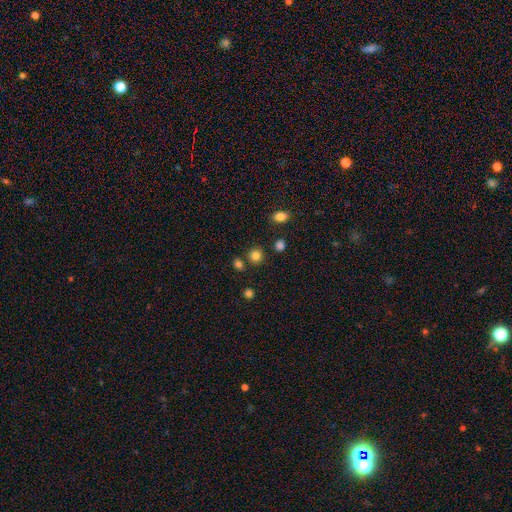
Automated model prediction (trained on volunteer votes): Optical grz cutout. It shows a smooth galaxy with no disk features (82%) that is round (87%). Merging: none (81%).